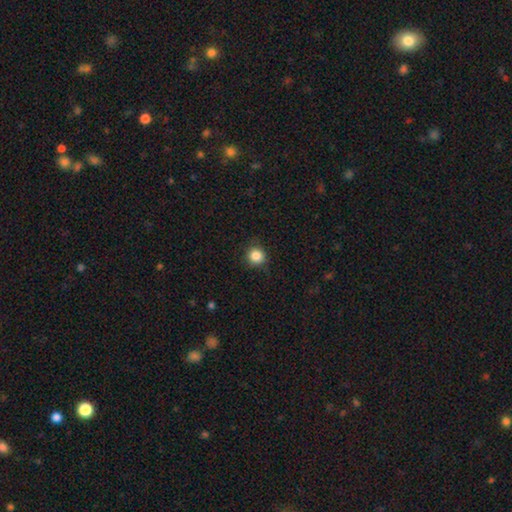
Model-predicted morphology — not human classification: Overall: smooth (85%). How rounded: round (92%). Merging: none (87%).